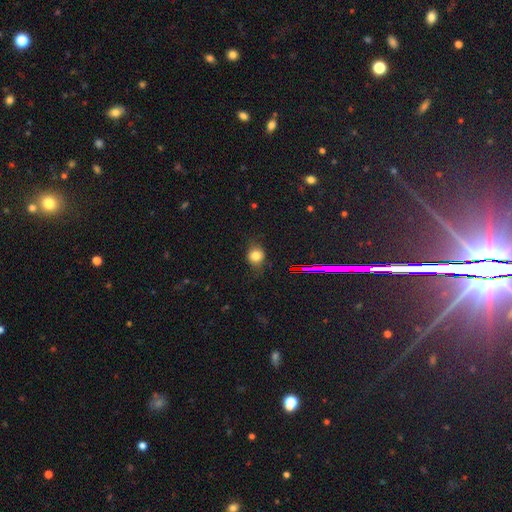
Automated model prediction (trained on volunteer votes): smooth-or-featured: smooth: 74% | star or artifact: 15% | featured or disk: 11%
  how-rounded: round: 68% | in between: 31% | cigar-shaped: 1%
  merging: none: 71% | minor disturbance: 20% | major disturbance: 7% | merger: 1%